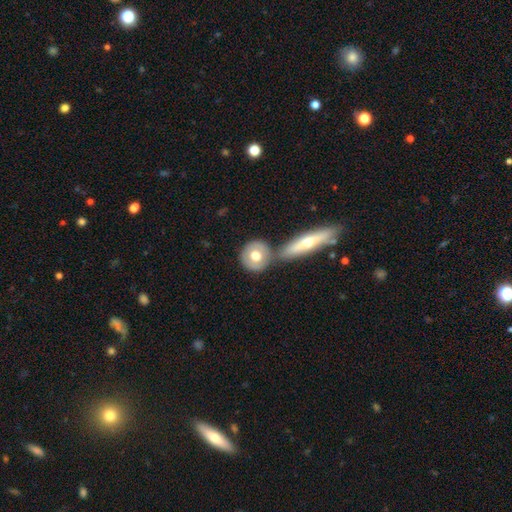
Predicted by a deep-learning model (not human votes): A smooth galaxy with no disk features (60%) that is round (81%). Merging: none (61%).